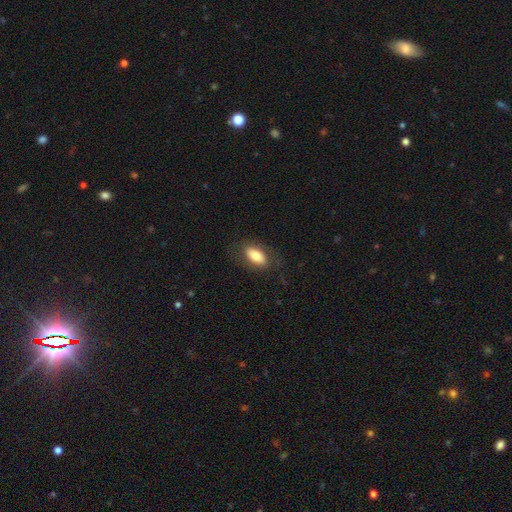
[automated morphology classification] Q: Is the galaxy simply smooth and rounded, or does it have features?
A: smooth — 78%.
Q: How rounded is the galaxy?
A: in between — 88%.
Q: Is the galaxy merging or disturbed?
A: none — 79%.